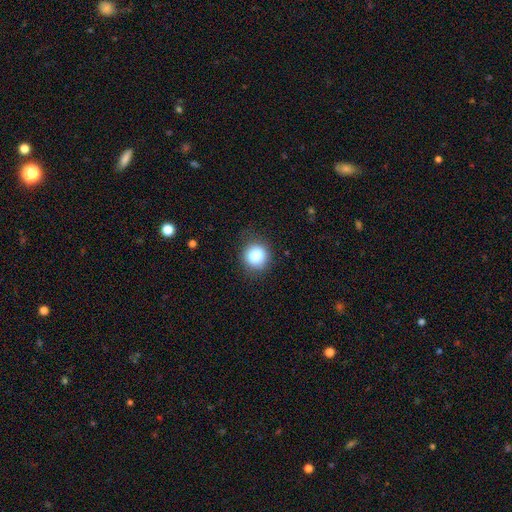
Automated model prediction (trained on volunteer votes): Smooth or featured? smooth (85%)
How rounded? round (85%)
Merging? none (79%)